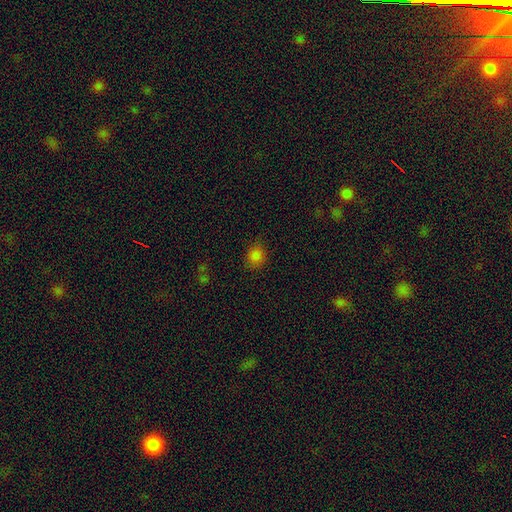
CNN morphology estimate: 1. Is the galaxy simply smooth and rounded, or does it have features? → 81% smooth, 15% star or artifact, 4% featured or disk.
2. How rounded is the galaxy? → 69% round, 30% in between, 1% cigar-shaped.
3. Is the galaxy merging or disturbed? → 83% none, 13% minor disturbance, 3% major disturbance, 1% merger.